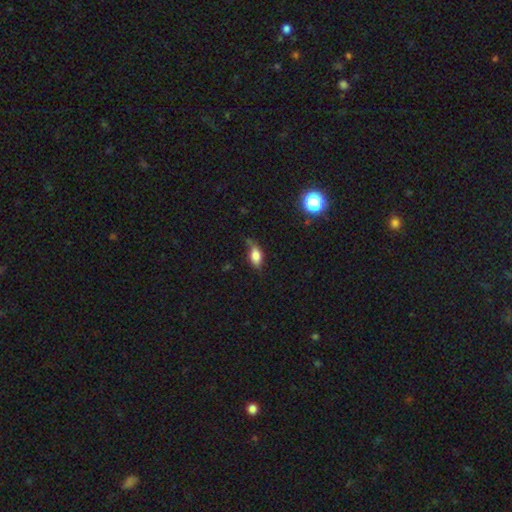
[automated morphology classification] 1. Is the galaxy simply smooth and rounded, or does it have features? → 73% smooth, 17% featured or disk, 10% star or artifact.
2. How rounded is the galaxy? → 84% in between, 8% cigar-shaped, 8% round.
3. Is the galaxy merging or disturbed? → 54% none, 32% minor disturbance, 10% major disturbance, 3% merger.